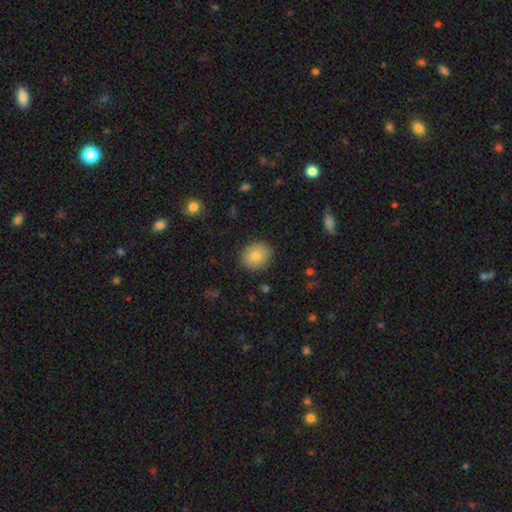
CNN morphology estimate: Smooth or featured?
  - smooth: 82% *
  - star or artifact: 9%
  - featured or disk: 9%
How rounded?
  - round: 77% *
  - in between: 22%
  - cigar-shaped: 1%
Merging?
  - none: 90% *
  - minor disturbance: 7%
  - major disturbance: 2%
  - merger: 1%